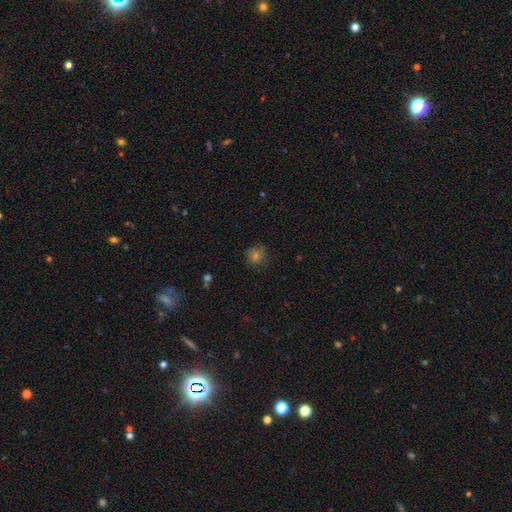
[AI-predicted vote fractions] Smooth or featured? smooth (64%)
How rounded? round (91%)
Merging? none (83%)